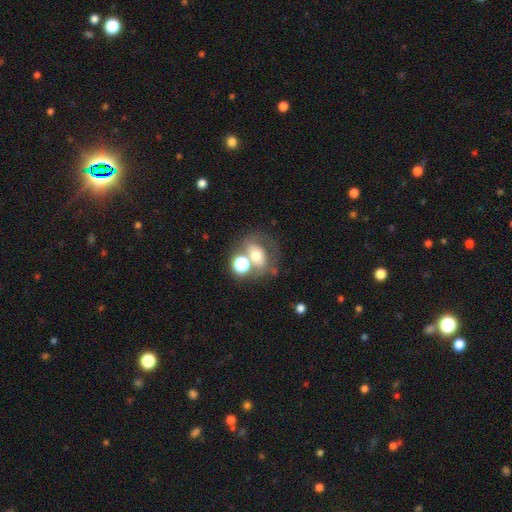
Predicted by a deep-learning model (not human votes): smooth_or_featured: smooth (p=0.52) [alt: featured or disk p=0.31]
how_rounded: round (p=0.50) [alt: in between p=0.48]
merging: none (p=0.41) [alt: merger p=0.31]